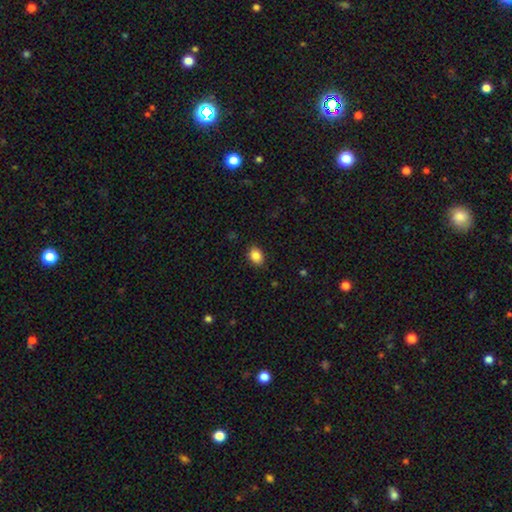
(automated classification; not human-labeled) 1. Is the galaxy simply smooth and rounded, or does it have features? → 86% smooth, 9% star or artifact, 5% featured or disk.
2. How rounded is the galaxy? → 70% in between, 29% round, 1% cigar-shaped.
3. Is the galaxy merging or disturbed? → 84% none, 12% minor disturbance, 2% major disturbance, 1% merger.